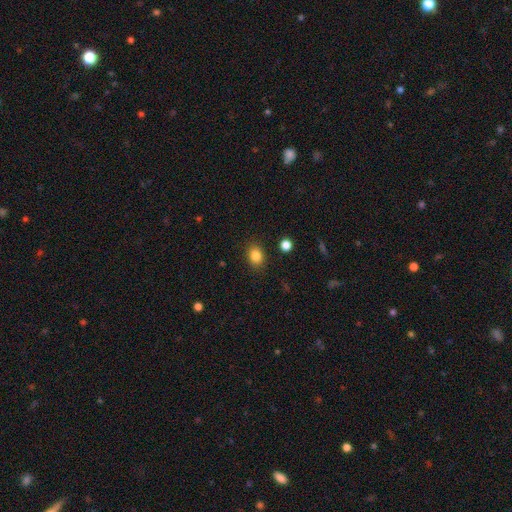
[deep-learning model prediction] Overall: smooth (84%). How rounded: in between (53%; round 46%). Merging: none (87%).